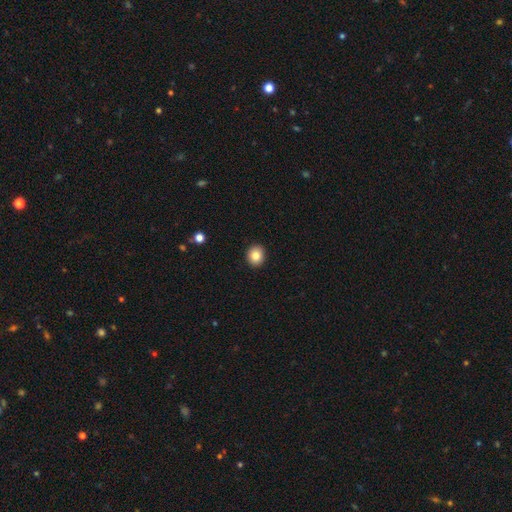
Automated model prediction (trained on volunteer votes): A smooth galaxy with no disk features (84%) that is round (74%). Merging: none (92%).